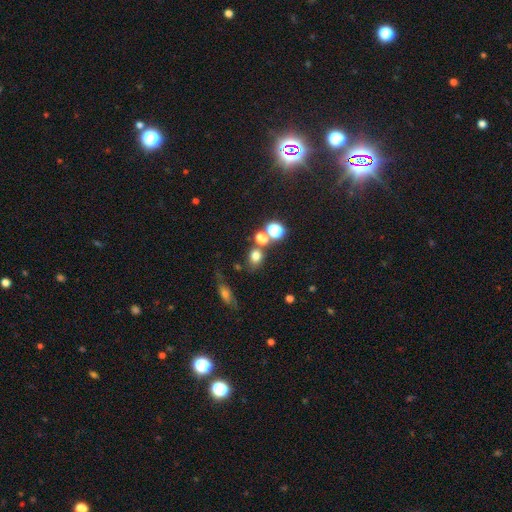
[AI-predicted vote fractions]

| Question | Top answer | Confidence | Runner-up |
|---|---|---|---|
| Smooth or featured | smooth | 72% | star or artifact (20%) |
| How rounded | round | 63% | in between (35%) |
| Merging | none | 66% | merger (18%) |